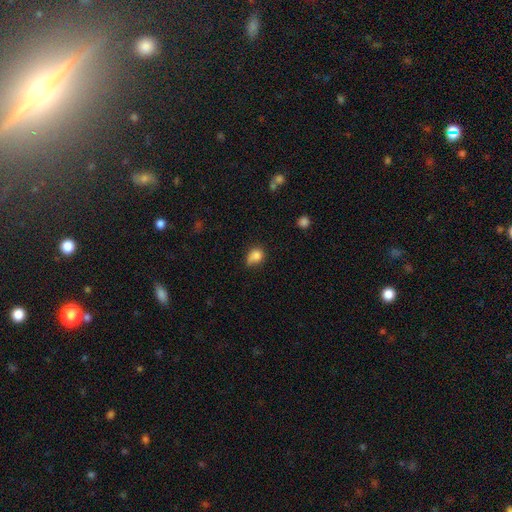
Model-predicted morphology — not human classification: smooth-or-featured: smooth: 80% | star or artifact: 11% | featured or disk: 9%
  how-rounded: round: 56% | in between: 42% | cigar-shaped: 1%
  merging: none: 41% | minor disturbance: 36% | major disturbance: 13% | merger: 10%